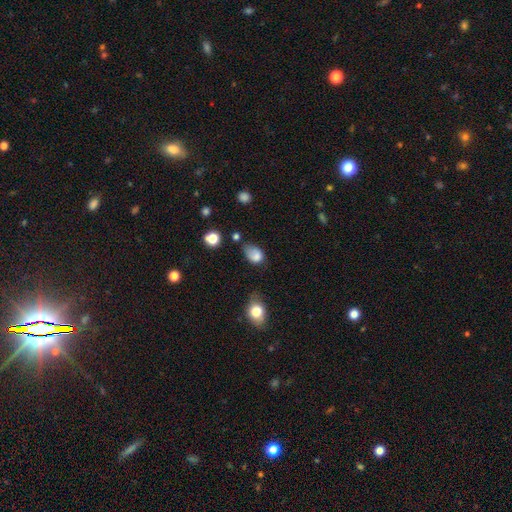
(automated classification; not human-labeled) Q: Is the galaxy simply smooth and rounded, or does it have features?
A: smooth — 79%.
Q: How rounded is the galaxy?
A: in between — 76%.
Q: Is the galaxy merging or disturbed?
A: minor disturbance — 41%.